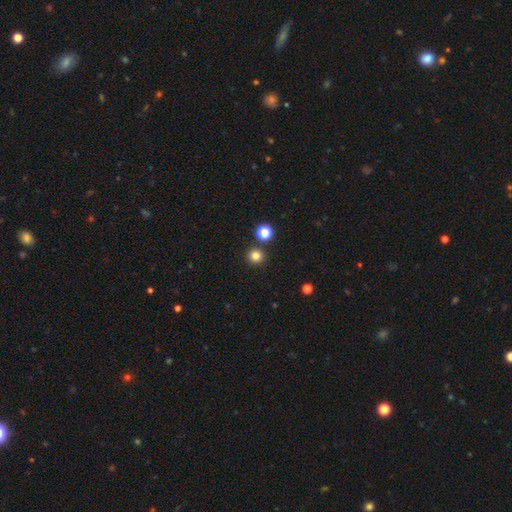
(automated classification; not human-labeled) Overall: smooth (81%). How rounded: round (94%). Merging: none (88%).